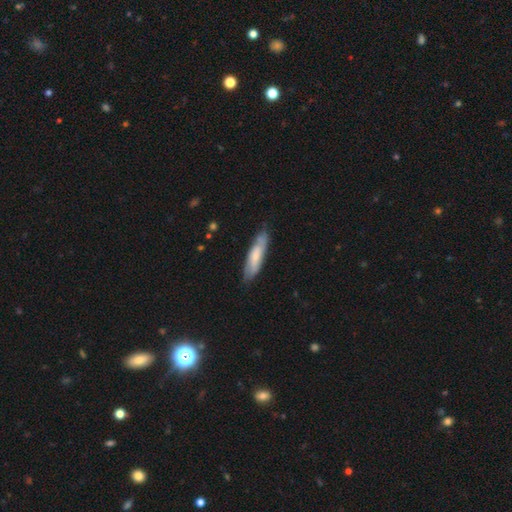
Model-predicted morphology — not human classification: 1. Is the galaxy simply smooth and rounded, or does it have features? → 53% smooth, 41% featured or disk, 6% star or artifact.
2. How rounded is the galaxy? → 67% cigar-shaped, 31% in between, 1% round.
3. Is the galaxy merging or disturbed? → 73% none, 21% minor disturbance, 4% major disturbance, 2% merger.